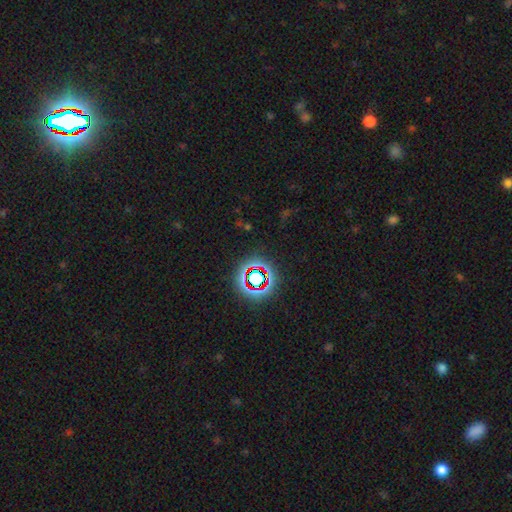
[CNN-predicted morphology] smooth-or-featured: star or artifact: 69% | smooth: 15% | featured or disk: 15%